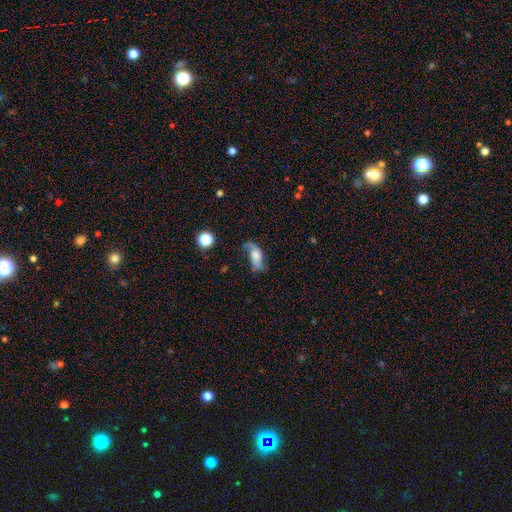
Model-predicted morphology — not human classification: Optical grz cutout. It shows a featured or disk galaxy (63%) with no bar (61%), 2 (81%) loose (74%) spiral arms (89%) and a moderate central bulge (37%). Merging: none (51%).